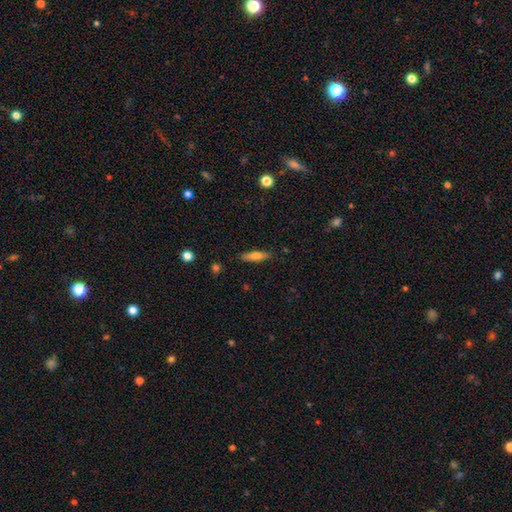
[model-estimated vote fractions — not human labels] Overall: smooth (72%). How rounded: cigar-shaped (70%). Merging: none (86%).